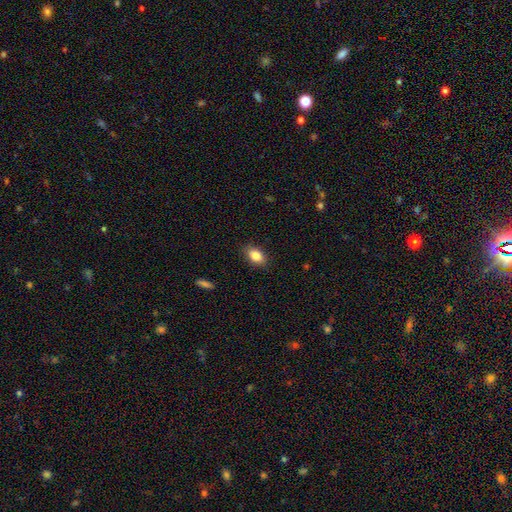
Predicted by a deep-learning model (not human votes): This appears to be a smooth galaxy with no disk features (84%) that is in between round and cigar-shaped (85%). Merging: none (86%).